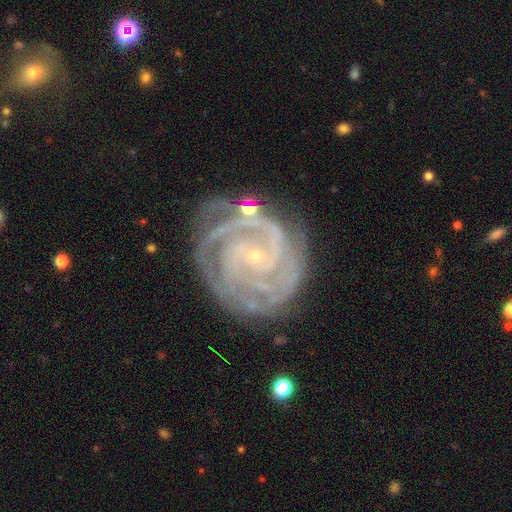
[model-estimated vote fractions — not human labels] Smooth or featured: featured or disk — 91% (star or artifact — 5%)
Edge-on disk: no — 98% (yes — 2%)
Bar: no — 63% (weak — 24%)
Spiral arms: yes — 98% (no — 2%)
Spiral winding: tight — 79% (medium — 18%)
Spiral arm count: 3 — 29% (2 — 21%)
Bulge size: small — 90% (moderate — 6%)
Merging: none — 73% (minor disturbance — 18%)